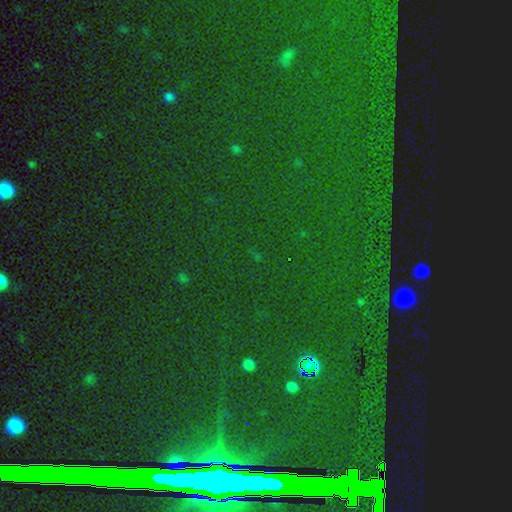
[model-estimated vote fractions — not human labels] Smooth or featured? star or artifact (83%)